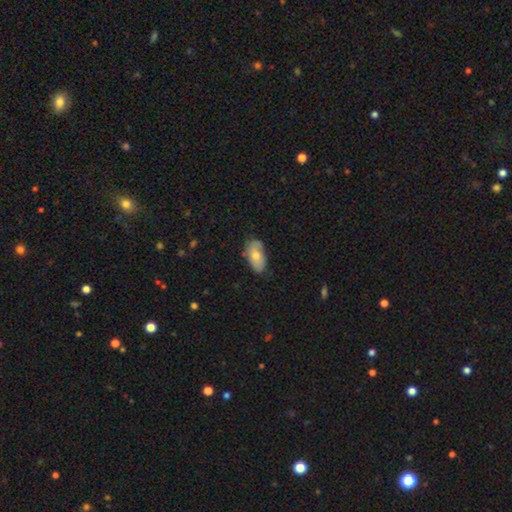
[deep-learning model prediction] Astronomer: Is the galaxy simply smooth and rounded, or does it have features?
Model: smooth — 67%.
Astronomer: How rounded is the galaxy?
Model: in between — 91%.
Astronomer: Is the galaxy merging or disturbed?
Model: none — 72%.